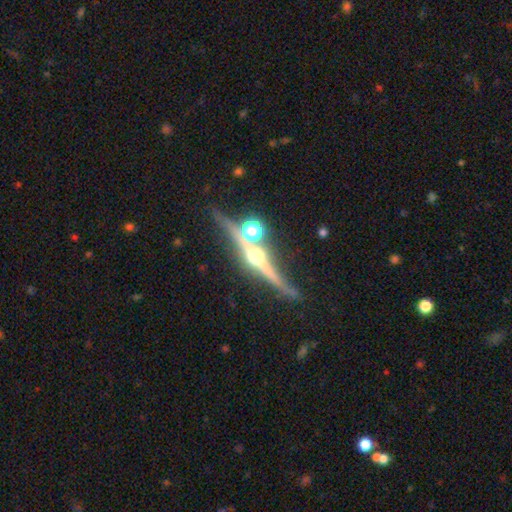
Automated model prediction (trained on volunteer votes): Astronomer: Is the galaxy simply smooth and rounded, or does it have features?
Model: featured or disk — 85%.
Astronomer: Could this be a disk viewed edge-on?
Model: yes — 97%.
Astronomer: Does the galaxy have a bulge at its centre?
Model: rounded — 96%.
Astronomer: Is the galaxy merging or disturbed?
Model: none — 80%.